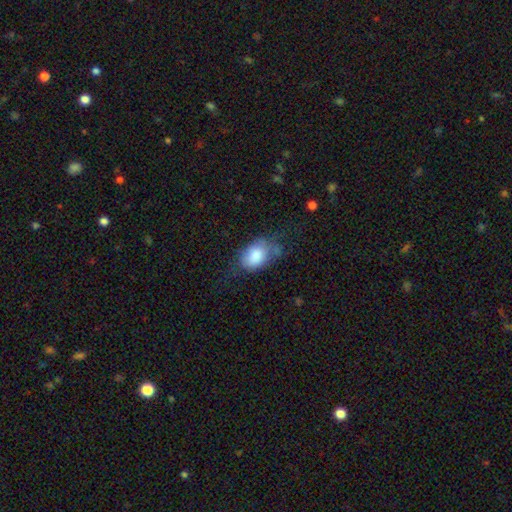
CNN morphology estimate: smooth-or-featured: smooth: 80% | featured or disk: 13% | star or artifact: 7%
  how-rounded: in between: 86% | round: 13% | cigar-shaped: 1%
  merging: none: 42% | minor disturbance: 34% | major disturbance: 21% | merger: 3%